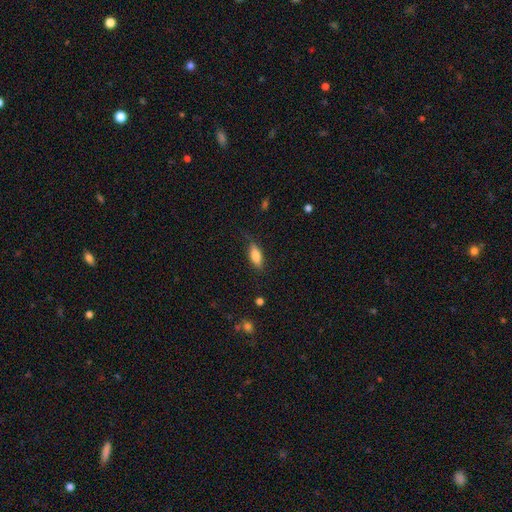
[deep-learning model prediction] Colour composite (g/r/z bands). It shows a smooth galaxy with no disk features (75%) that is in between round and cigar-shaped (71%). Merging: none (75%).